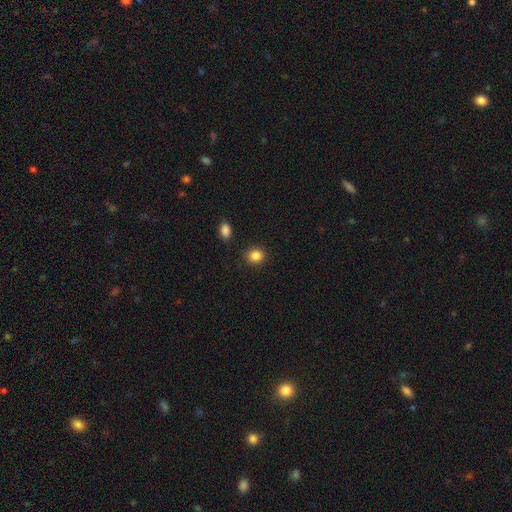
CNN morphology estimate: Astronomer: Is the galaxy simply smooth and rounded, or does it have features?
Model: smooth — 86%.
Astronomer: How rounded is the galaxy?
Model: round — 73%.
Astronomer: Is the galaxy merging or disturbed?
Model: none — 87%.